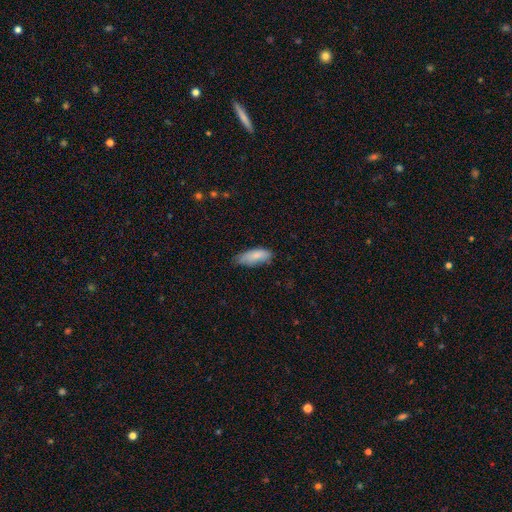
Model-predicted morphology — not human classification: smooth 83%, featured or disk 11%, star or artifact 6%. Down the decision tree: how rounded — in between (77%); merging — none (58%).